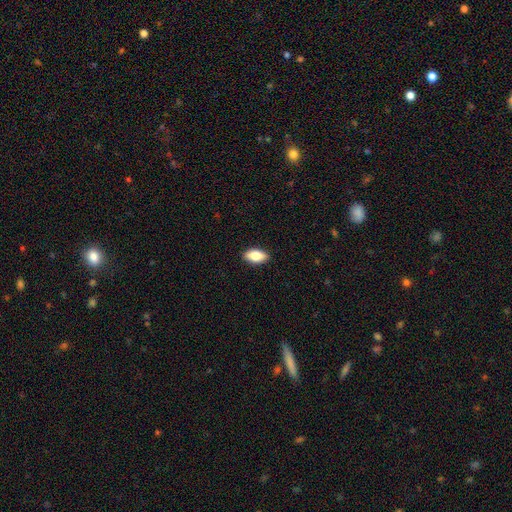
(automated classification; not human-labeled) Smooth or featured?
  - smooth: 76% *
  - featured or disk: 17%
  - star or artifact: 7%
How rounded?
  - in between: 88% *
  - cigar-shaped: 9%
  - round: 4%
Merging?
  - none: 89% *
  - minor disturbance: 9%
  - major disturbance: 2%
  - merger: 1%